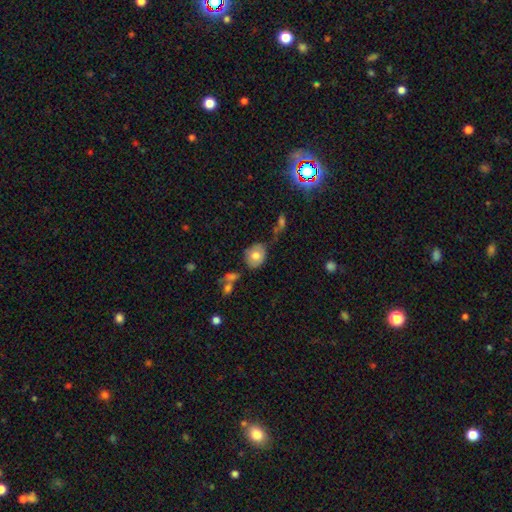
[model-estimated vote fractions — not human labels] This appears to be a smooth galaxy with no disk features (74%) that is round (56%). Merging: none (64%).